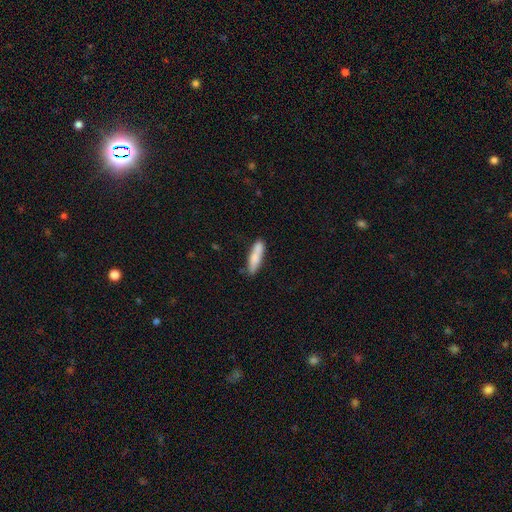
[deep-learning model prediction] Smooth or featured?
  - smooth: 78% *
  - featured or disk: 16%
  - star or artifact: 6%
How rounded?
  - cigar-shaped: 73% *
  - in between: 26%
  - round: 2%
Merging?
  - none: 72% *
  - minor disturbance: 17%
  - merger: 8%
  - major disturbance: 4%